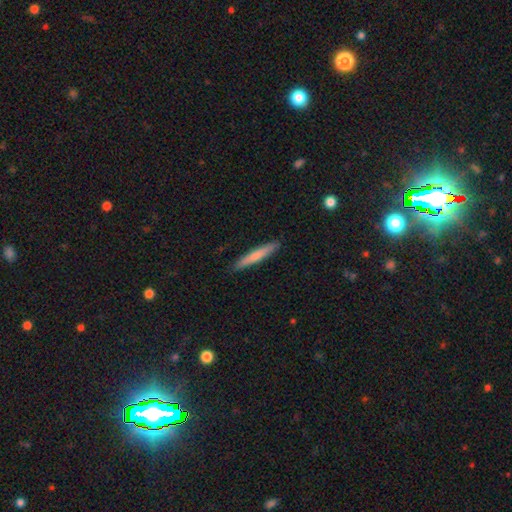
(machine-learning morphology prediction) type=smooth (67%); roundness=cigar-shaped (95%); merging=none (91%).